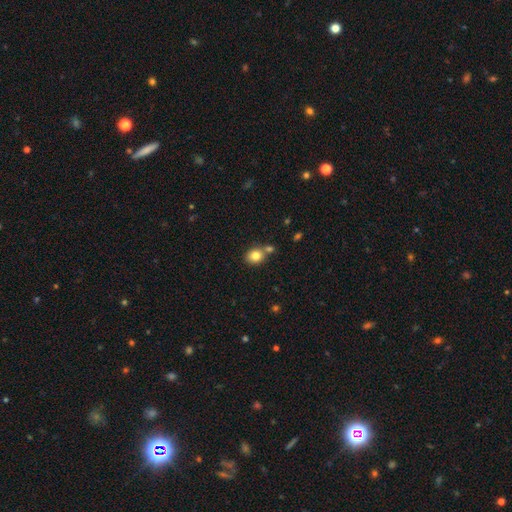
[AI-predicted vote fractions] Q: Smooth or featured?
A: smooth (81%); runner-up: star or artifact (10%)
Q: How rounded?
A: round (61%); runner-up: in between (38%)
Q: Merging?
A: none (63%); runner-up: merger (23%)